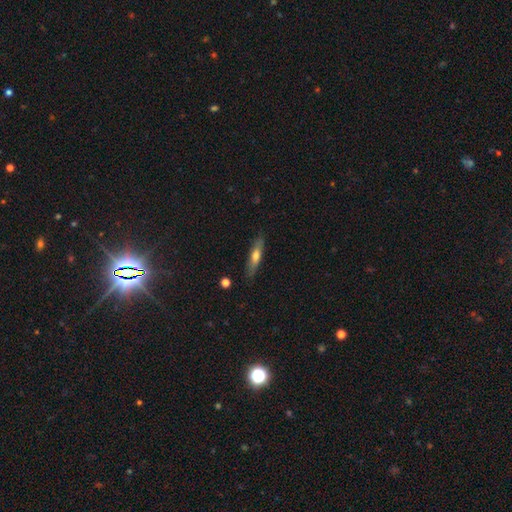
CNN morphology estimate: This is possibly a smooth galaxy (55%). How rounded: likely cigar-shaped (78%). Merging: clearly none (84%).